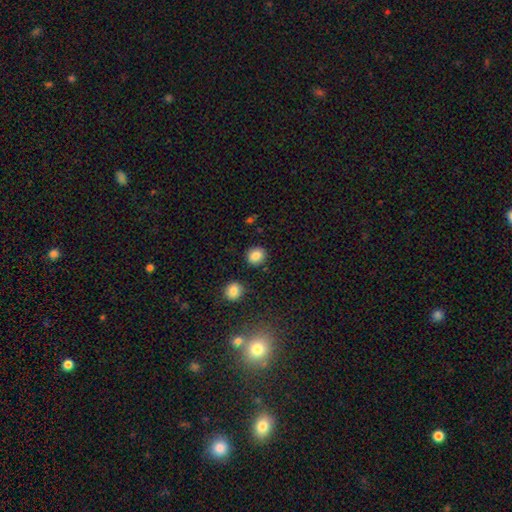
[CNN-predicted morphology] Overall: smooth (85%). How rounded: round (81%). Merging: none (88%).